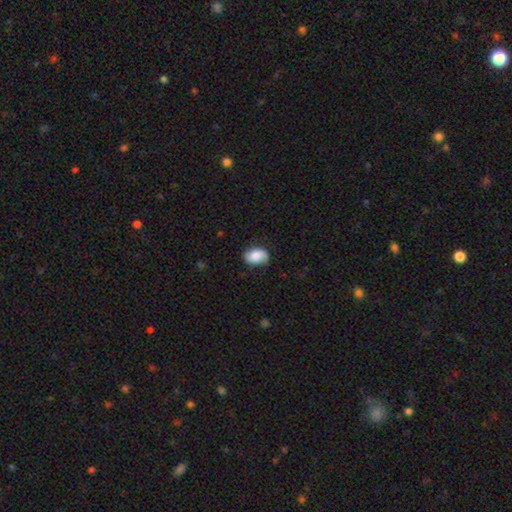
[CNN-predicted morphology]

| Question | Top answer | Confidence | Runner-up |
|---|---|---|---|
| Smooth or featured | smooth | 64% | featured or disk (28%) |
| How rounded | in between | 81% | round (17%) |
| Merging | none | 74% | minor disturbance (20%) |